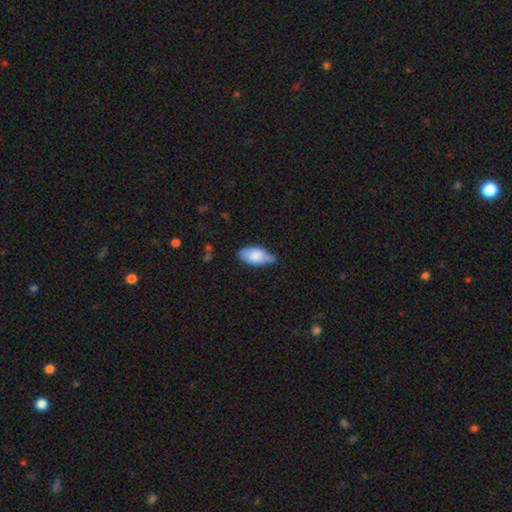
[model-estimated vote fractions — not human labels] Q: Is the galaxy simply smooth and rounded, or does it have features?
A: smooth — 80%.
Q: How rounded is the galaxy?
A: in between — 94%.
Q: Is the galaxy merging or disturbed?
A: none — 55%.